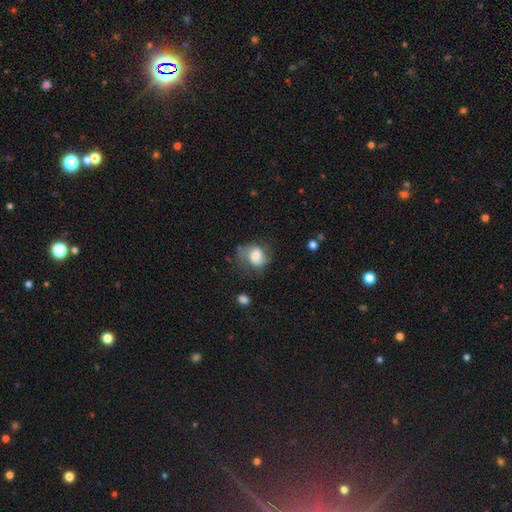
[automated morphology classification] Q: Smooth or featured?
A: smooth (61%); runner-up: featured or disk (31%)
Q: How rounded?
A: in between (50%); runner-up: round (49%)
Q: Merging?
A: none (46%); runner-up: minor disturbance (29%)